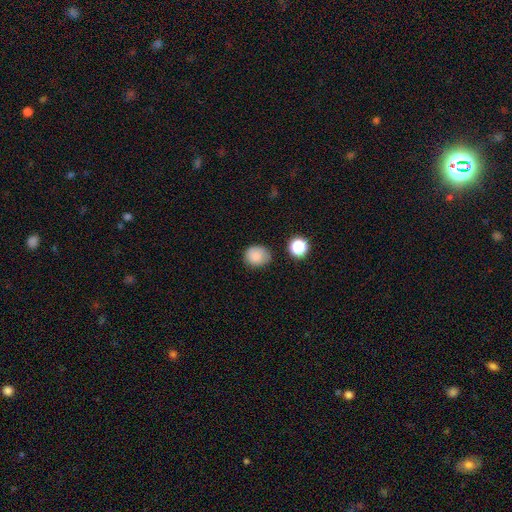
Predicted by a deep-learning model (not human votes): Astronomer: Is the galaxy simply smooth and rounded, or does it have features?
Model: smooth — 84%.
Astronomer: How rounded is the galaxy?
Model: round — 70%.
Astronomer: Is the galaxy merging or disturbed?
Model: none — 77%.